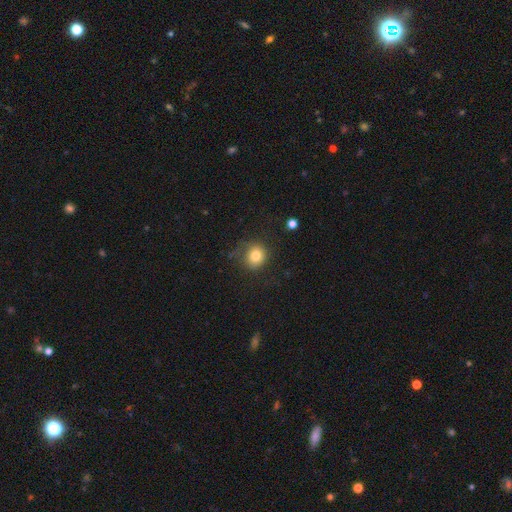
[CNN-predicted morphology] Smooth or featured? Predicted: smooth (p=0.79). How rounded? Predicted: round (p=0.83). Merging? Predicted: none (p=0.71).